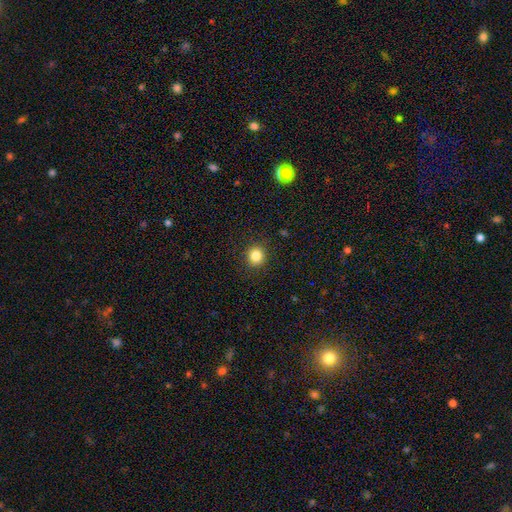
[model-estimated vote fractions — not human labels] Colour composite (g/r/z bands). It shows a smooth galaxy with no disk features (84%) that is round (90%). Merging: none (91%).